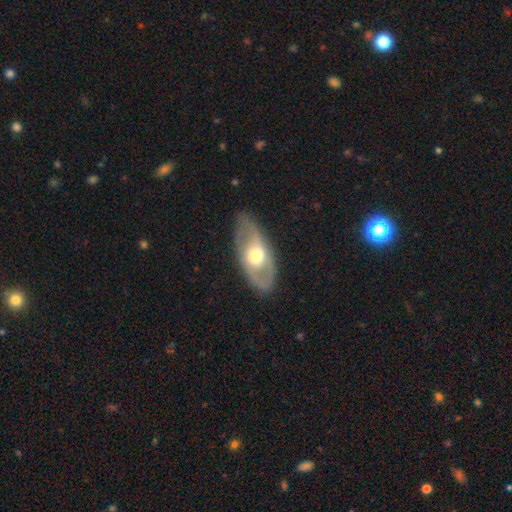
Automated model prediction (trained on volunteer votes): Smooth or featured? featured or disk (61%)
Edge-on disk? no (84%)
Bar? no (68%)
Spiral arms? no (52%)
Bulge size? moderate (67%)
Merging? none (79%)